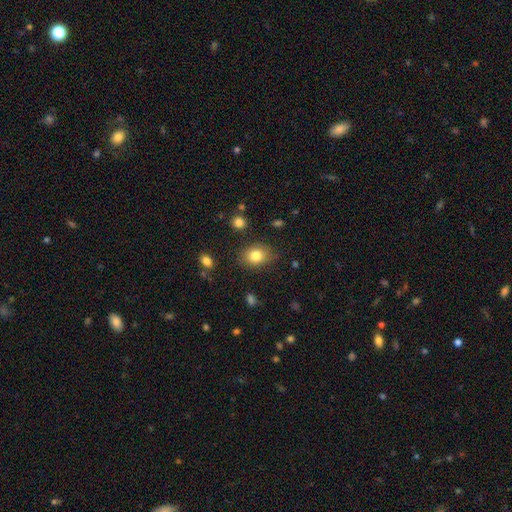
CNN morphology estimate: Overall: smooth (82%). How rounded: in between (58%; round 40%). Merging: none (81%).